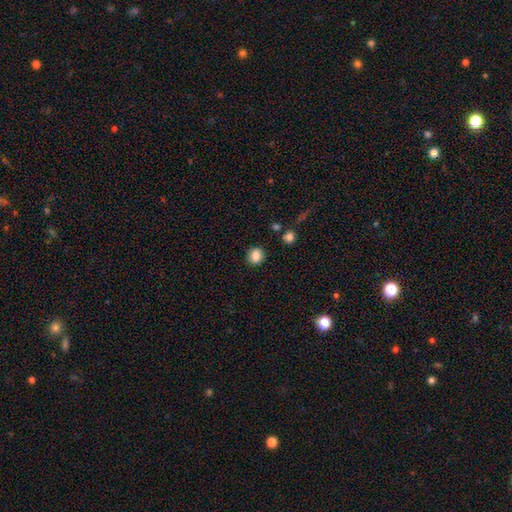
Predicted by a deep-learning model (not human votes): Q: Smooth or featured?
A: smooth (85%); runner-up: star or artifact (10%)
Q: How rounded?
A: round (79%); runner-up: in between (20%)
Q: Merging?
A: none (88%); runner-up: minor disturbance (7%)